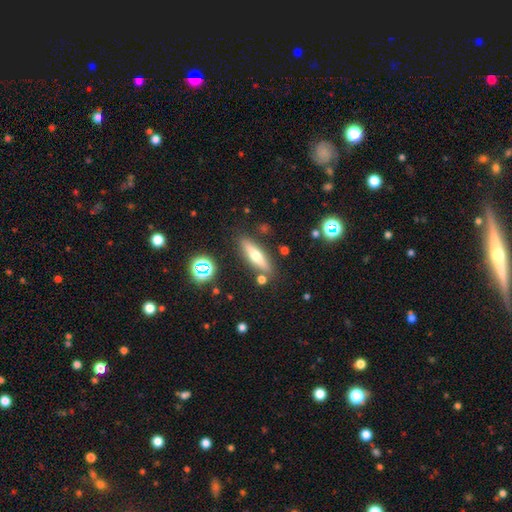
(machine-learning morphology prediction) Smooth or featured? smooth (47%)
Merging? none (82%)